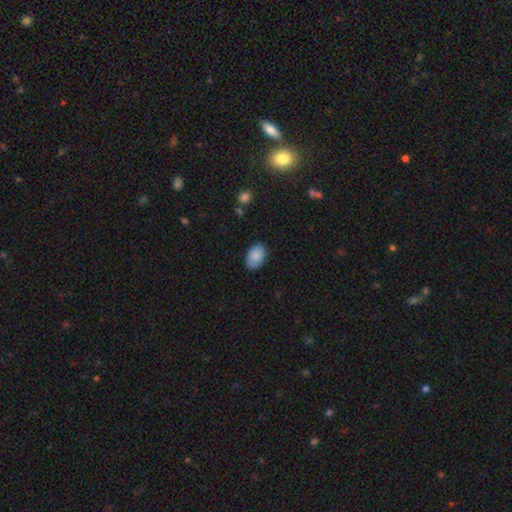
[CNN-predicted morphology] A smooth galaxy with no disk features (89%) that is in between round and cigar-shaped (89%).

Vote fractions:
- Smooth or featured? smooth: 89% / star or artifact: 6% / featured or disk: 5%
- How rounded? in between: 89% / round: 10% / cigar-shaped: 1%
- Merging? none: 85% / minor disturbance: 11% / major disturbance: 2% / merger: 1%